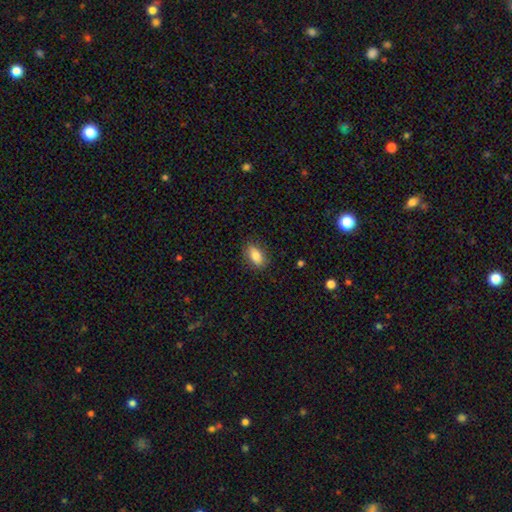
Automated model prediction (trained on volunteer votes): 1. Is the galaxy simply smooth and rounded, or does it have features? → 80% smooth, 12% featured or disk, 8% star or artifact.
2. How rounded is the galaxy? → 87% in between, 7% round, 6% cigar-shaped.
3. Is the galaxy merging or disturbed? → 84% none, 12% minor disturbance, 3% major disturbance, 1% merger.